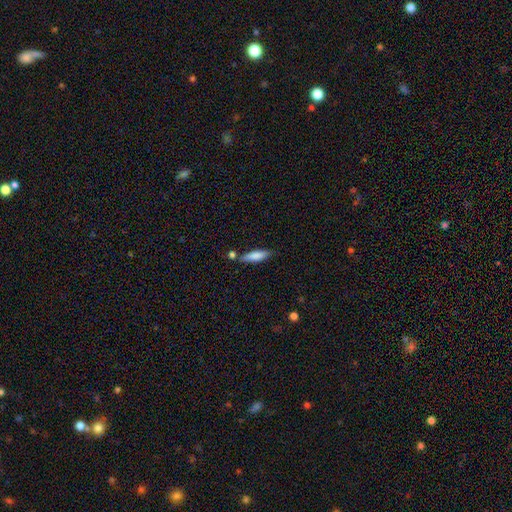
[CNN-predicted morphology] smooth_or_featured: smooth (p=0.79) [alt: featured or disk p=0.15]
how_rounded: cigar-shaped (p=0.68) [alt: in between p=0.31]
merging: none (p=0.71) [alt: minor disturbance p=0.15]